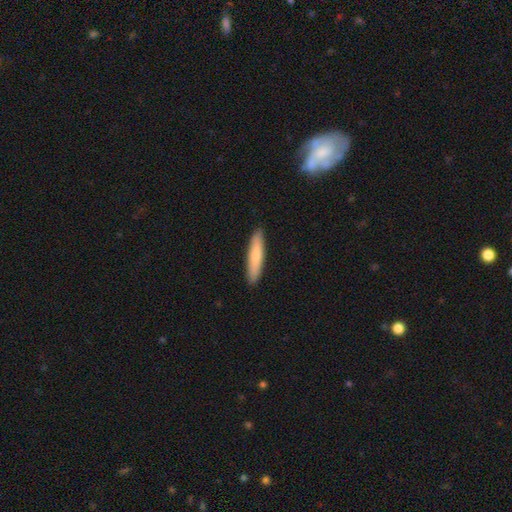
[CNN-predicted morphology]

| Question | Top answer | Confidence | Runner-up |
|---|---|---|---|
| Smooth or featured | smooth | 79% | featured or disk (16%) |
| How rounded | cigar-shaped | 87% | in between (11%) |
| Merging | none | 91% | minor disturbance (7%) |